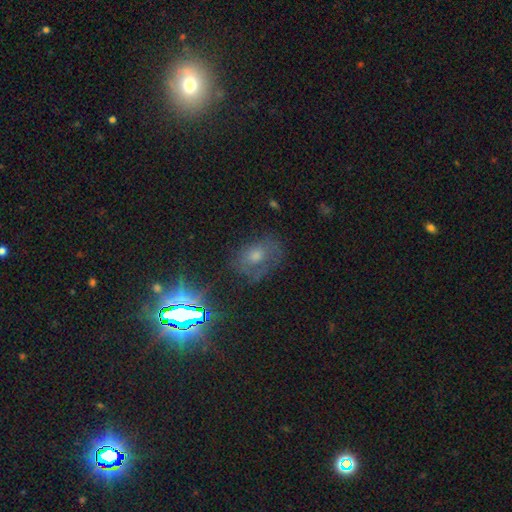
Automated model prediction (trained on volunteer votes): A star or artifact, not a galaxy (38%).

Vote fractions:
- Smooth or featured? star or artifact: 38% / smooth: 33% / featured or disk: 29%